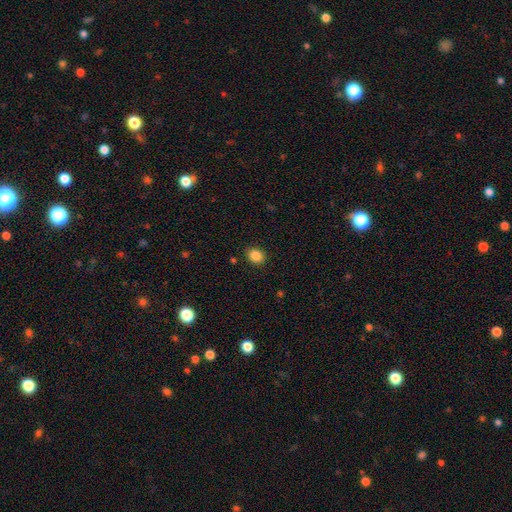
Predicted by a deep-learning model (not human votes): smooth-or-featured: smooth: 86% | star or artifact: 10% | featured or disk: 4%
  how-rounded: round: 58% | in between: 42% | cigar-shaped: 1%
  merging: none: 89% | minor disturbance: 8% | major disturbance: 2% | merger: 1%